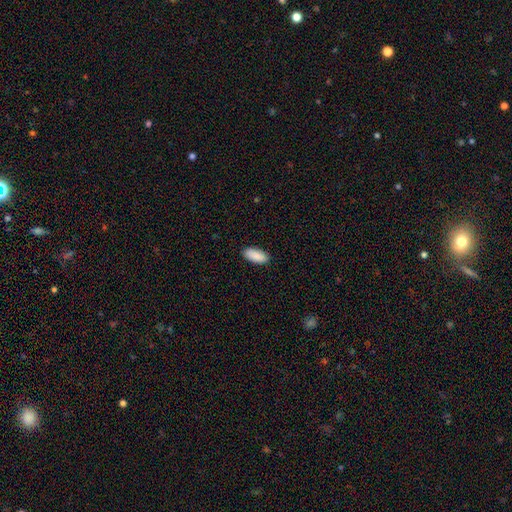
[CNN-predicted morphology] Q: Smooth or featured?
A: smooth (90%); runner-up: star or artifact (6%)
Q: How rounded?
A: in between (91%); runner-up: cigar-shaped (8%)
Q: Merging?
A: none (90%); runner-up: minor disturbance (8%)